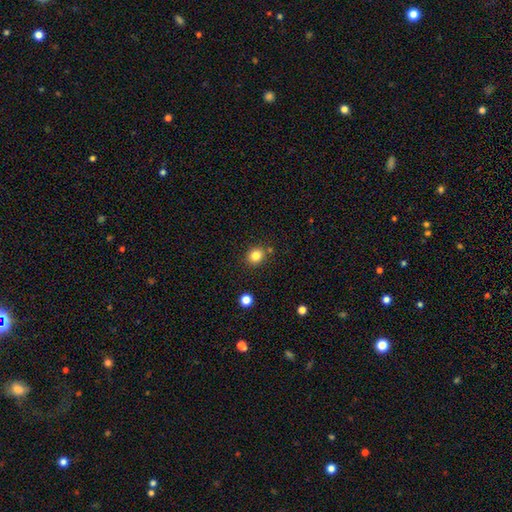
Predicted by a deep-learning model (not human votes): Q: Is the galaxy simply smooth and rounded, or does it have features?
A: smooth — 83%.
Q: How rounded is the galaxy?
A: round — 79%.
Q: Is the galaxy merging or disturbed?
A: none — 83%.